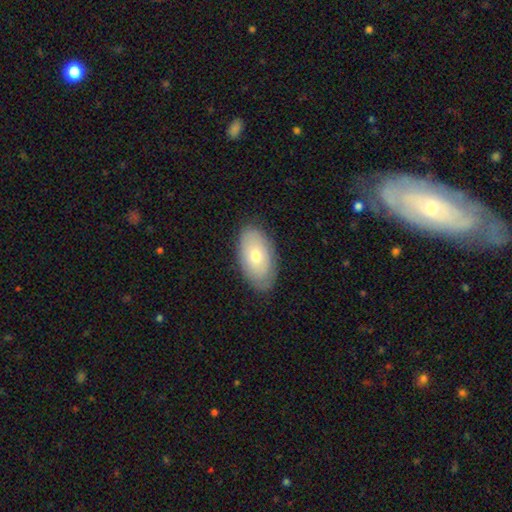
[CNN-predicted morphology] This appears to be a smooth galaxy with no disk features (66%) that is in between round and cigar-shaped (94%). Merging: none (82%).